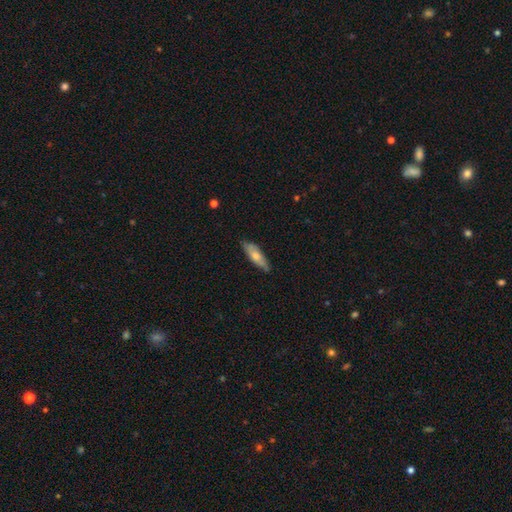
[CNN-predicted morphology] This appears to be a smooth galaxy with no disk features (61%) that is in between round and cigar-shaped (50%). Merging: none (78%).